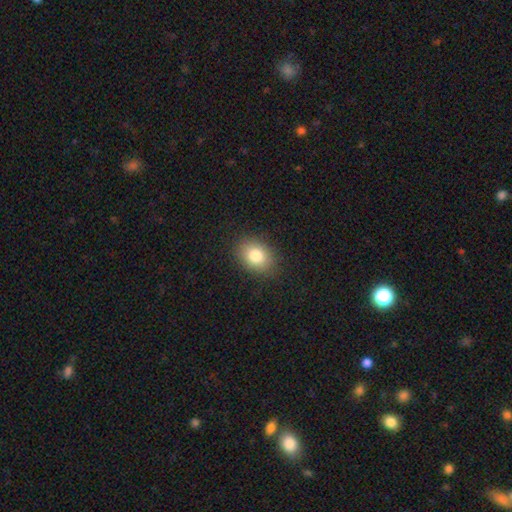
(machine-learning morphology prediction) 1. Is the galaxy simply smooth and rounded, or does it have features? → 82% smooth, 10% star or artifact, 9% featured or disk.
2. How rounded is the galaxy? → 65% in between, 34% round, 1% cigar-shaped.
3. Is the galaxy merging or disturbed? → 87% none, 9% minor disturbance, 3% major disturbance, 1% merger.